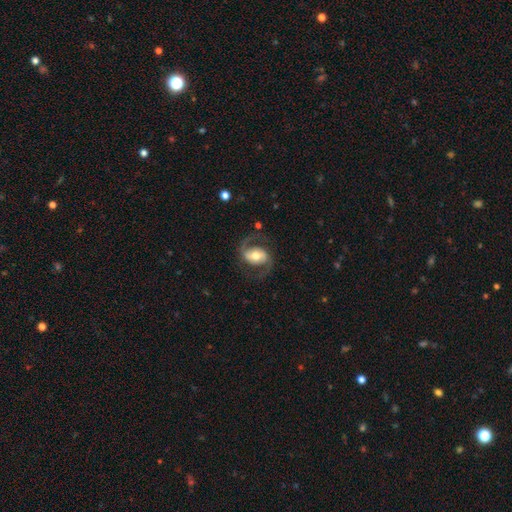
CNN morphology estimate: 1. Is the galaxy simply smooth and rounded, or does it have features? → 85% featured or disk, 10% smooth, 5% star or artifact.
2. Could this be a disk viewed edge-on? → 97% no, 3% yes.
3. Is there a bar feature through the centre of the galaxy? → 37% no, 36% weak, 27% strong.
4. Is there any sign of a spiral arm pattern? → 95% yes, 5% no.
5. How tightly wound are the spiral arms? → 53% medium, 34% loose, 13% tight.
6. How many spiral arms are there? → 93% 2, 2% can't tell, 2% 1, 1% 3, 1% 4, 1% more than 4.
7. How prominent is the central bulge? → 68% moderate, 16% large, 14% small, 2% dominant, 1% none.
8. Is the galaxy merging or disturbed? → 75% none, 13% minor disturbance, 11% major disturbance, 1% merger.